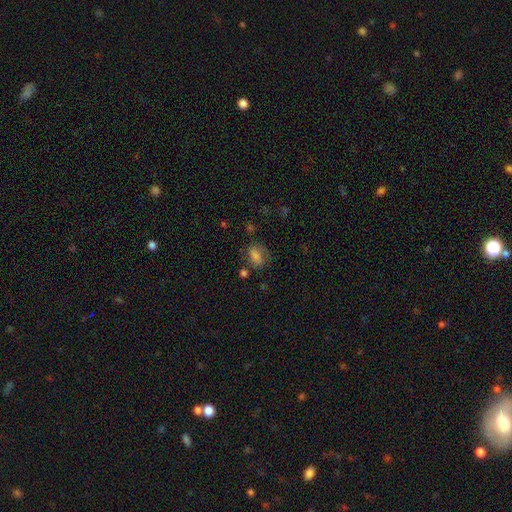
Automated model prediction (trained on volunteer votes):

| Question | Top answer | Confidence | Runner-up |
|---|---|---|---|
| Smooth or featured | smooth | 67% | featured or disk (17%) |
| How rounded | in between | 74% | round (22%) |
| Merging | none | 63% | minor disturbance (21%) |